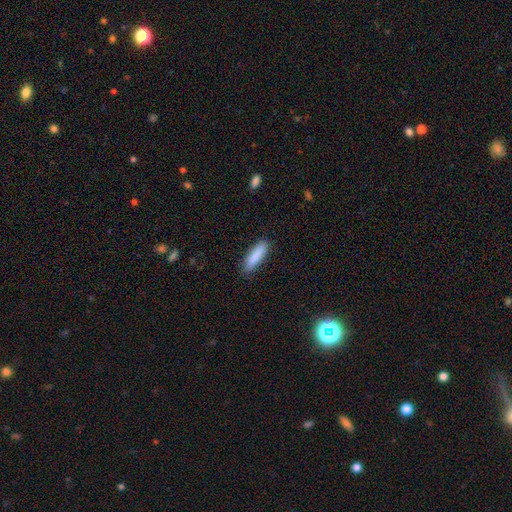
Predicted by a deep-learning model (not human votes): A smooth galaxy with no disk features (88%) that is cigar-shaped (67%).

Vote fractions:
- Smooth or featured? smooth: 88% / featured or disk: 7% / star or artifact: 6%
- How rounded? cigar-shaped: 67% / in between: 31% / round: 1%
- Merging? none: 87% / minor disturbance: 10% / major disturbance: 2% / merger: 1%